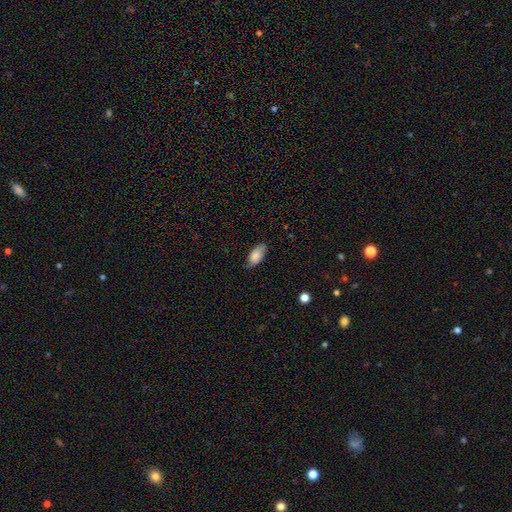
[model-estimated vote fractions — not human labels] smooth_or_featured: smooth (p=0.83) [alt: featured or disk p=0.10]
how_rounded: in between (p=0.91) [alt: cigar-shaped p=0.06]
merging: none (p=0.75) [alt: minor disturbance p=0.20]